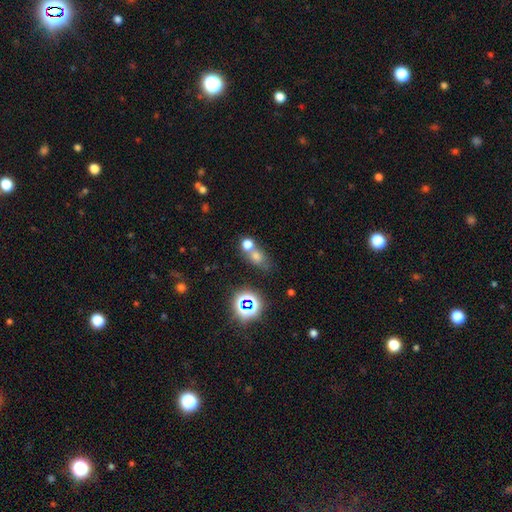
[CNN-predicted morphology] The model was most divided on "how rounded": round: 53%, in between: 43%, cigar-shaped: 4%. More confident: smooth or featured — smooth (53%); merging — none (52%).